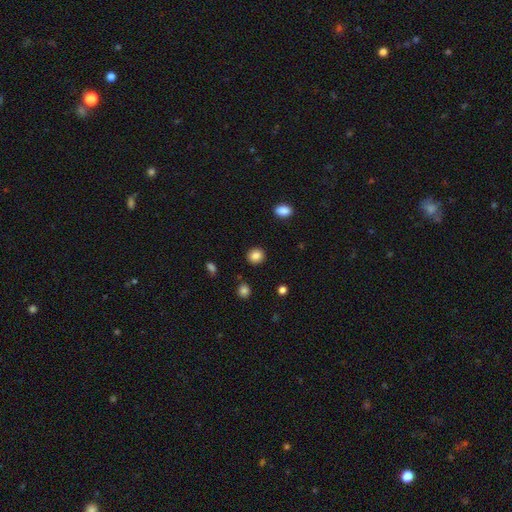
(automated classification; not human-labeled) smooth_or_featured: smooth (p=0.85) [alt: star or artifact p=0.10]
how_rounded: round (p=0.87) [alt: in between p=0.12]
merging: none (p=0.91) [alt: minor disturbance p=0.05]